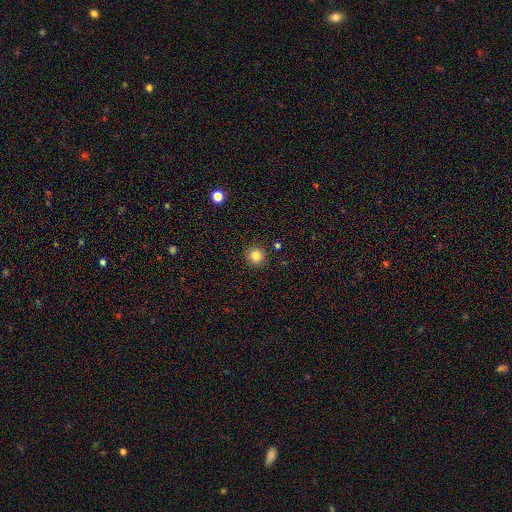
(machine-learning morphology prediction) Smooth or featured?
  - smooth: 85% *
  - star or artifact: 11%
  - featured or disk: 4%
How rounded?
  - round: 93% *
  - in between: 6%
  - cigar-shaped: 1%
Merging?
  - none: 90% *
  - minor disturbance: 6%
  - major disturbance: 2%
  - merger: 2%